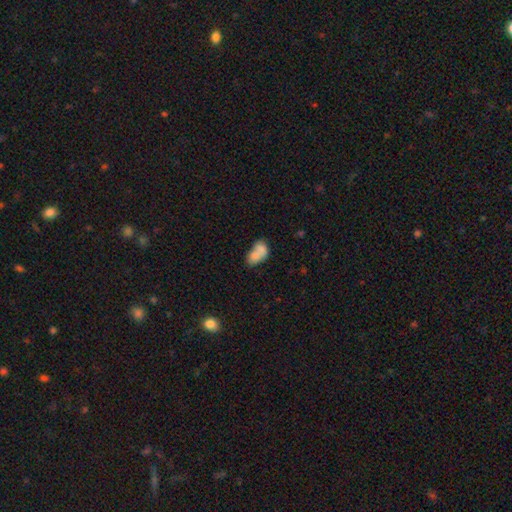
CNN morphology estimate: smooth 74%, featured or disk 17%, star or artifact 9%. Down the decision tree: how rounded — in between (83%); merging — merger (58%).